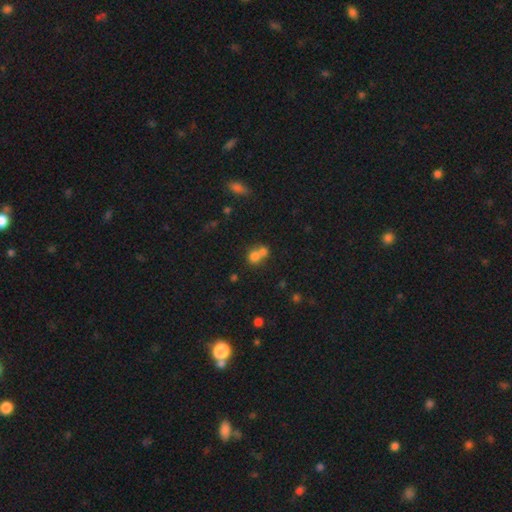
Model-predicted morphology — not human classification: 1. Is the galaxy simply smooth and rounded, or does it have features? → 73% smooth, 14% star or artifact, 13% featured or disk.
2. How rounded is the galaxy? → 75% round, 23% in between, 1% cigar-shaped.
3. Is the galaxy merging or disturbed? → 59% merger, 32% none, 6% minor disturbance, 3% major disturbance.